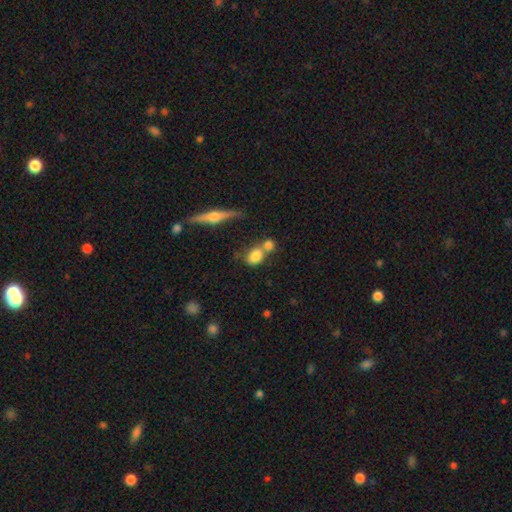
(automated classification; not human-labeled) A smooth galaxy with no disk features (77%) that is in between round and cigar-shaped (58%).

Vote fractions:
- Smooth or featured? smooth: 77% / featured or disk: 14% / star or artifact: 9%
- How rounded? in between: 58% / round: 37% / cigar-shaped: 5%
- Merging? merger: 43% / none: 41% / minor disturbance: 11% / major disturbance: 5%